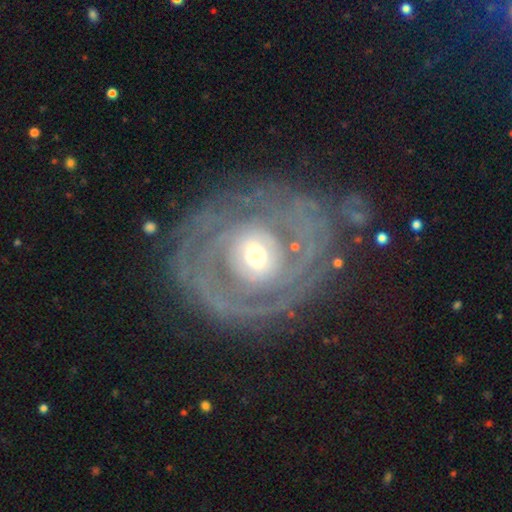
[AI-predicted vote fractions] Q: Smooth or featured?
A: featured or disk (86%); runner-up: smooth (9%)
Q: Edge-on disk?
A: no (97%); runner-up: yes (3%)
Q: Bar?
A: no (45%); runner-up: weak (37%)
Q: Spiral arms?
A: yes (89%); runner-up: no (11%)
Q: Spiral winding?
A: tight (70%); runner-up: medium (21%)
Q: Spiral arm count?
A: can't tell (34%); runner-up: 2 (26%)
Q: Bulge size?
A: moderate (56%); runner-up: small (30%)
Q: Merging?
A: none (72%); runner-up: minor disturbance (15%)